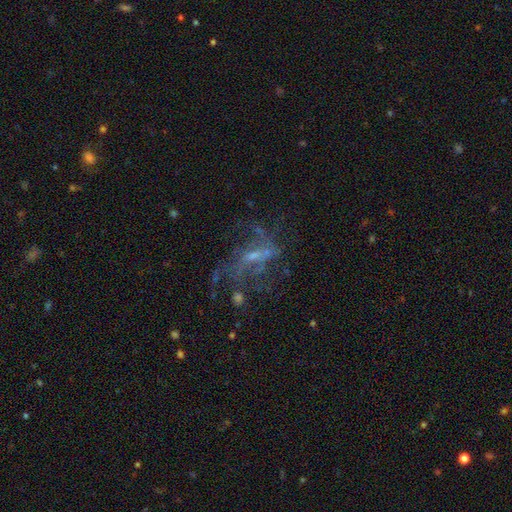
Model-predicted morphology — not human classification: type=featured or disk (65%); edge-on=no (92%); bar=weak (41%); spiral arms=yes (58%); bulge=small (51%); merging=none (44%).